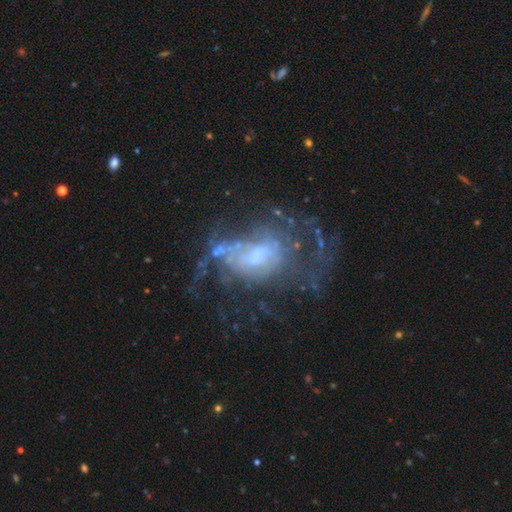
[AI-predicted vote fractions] smooth_or_featured: featured or disk (p=0.71) [alt: smooth p=0.15]
disk_edge_on: no (p=0.96) [alt: yes p=0.04]
bar: no (p=0.61) [alt: weak p=0.31]
has_spiral_arms: yes (p=0.55) [alt: no p=0.45]
bulge_size: small (p=0.43) [alt: moderate p=0.27]
merging: major disturbance (p=0.42) [alt: none p=0.35]